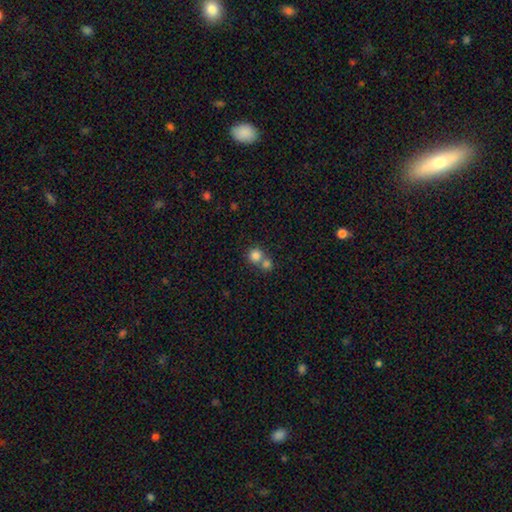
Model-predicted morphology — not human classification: type=smooth (80%); roundness=round (90%); merging=merger (50%).